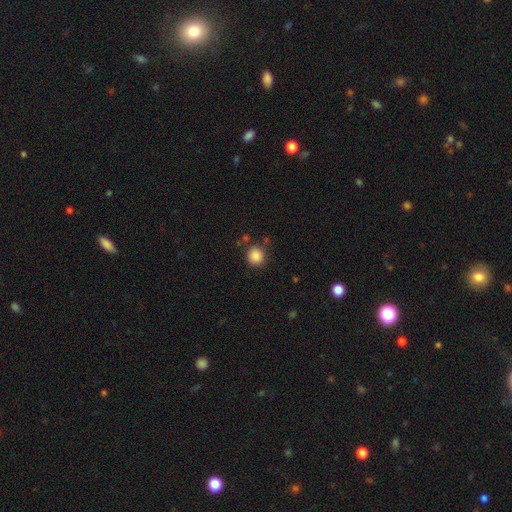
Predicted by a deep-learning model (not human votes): A smooth galaxy with no disk features (86%) that is round (88%). Merging: none (82%).